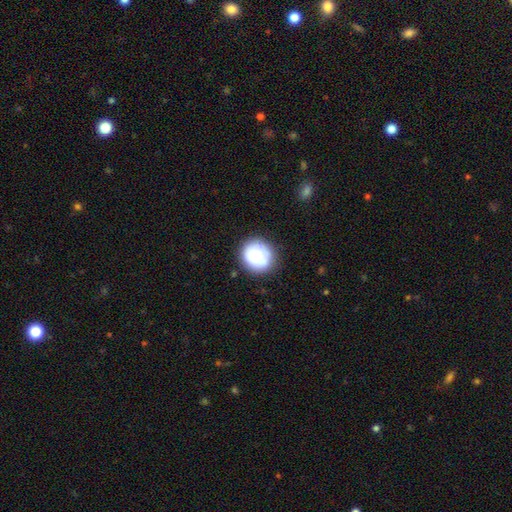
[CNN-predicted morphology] The model was most divided on "smooth or featured": smooth: 64%, featured or disk: 28%, star or artifact: 8%. More confident: how rounded — round (88%); merging — none (78%).